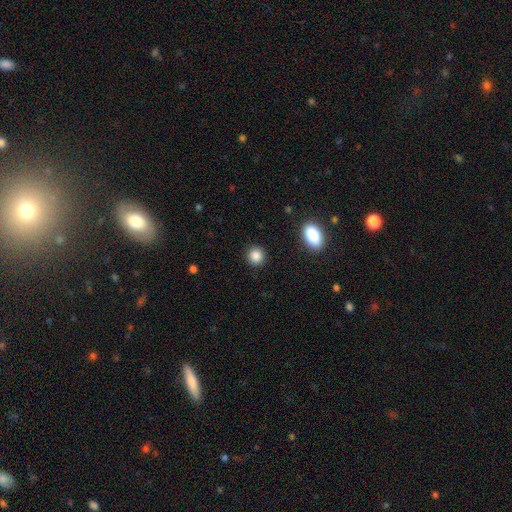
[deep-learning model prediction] Smooth or featured? Predicted: smooth (p=0.86). How rounded? Predicted: round (p=0.89). Merging? Predicted: none (p=0.91).